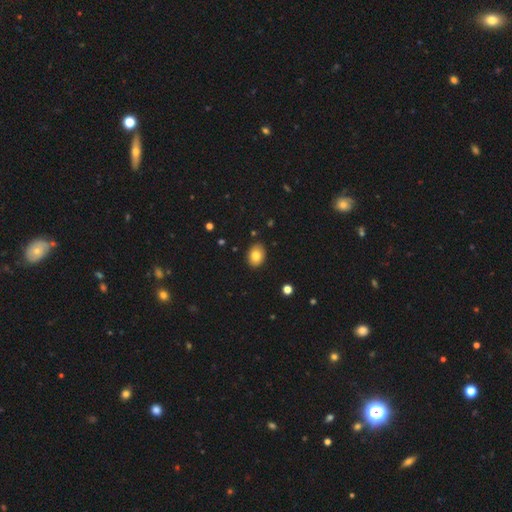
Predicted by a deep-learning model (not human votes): Q: Smooth or featured?
A: smooth (81%); runner-up: featured or disk (10%)
Q: How rounded?
A: in between (72%); runner-up: round (27%)
Q: Merging?
A: none (88%); runner-up: minor disturbance (9%)